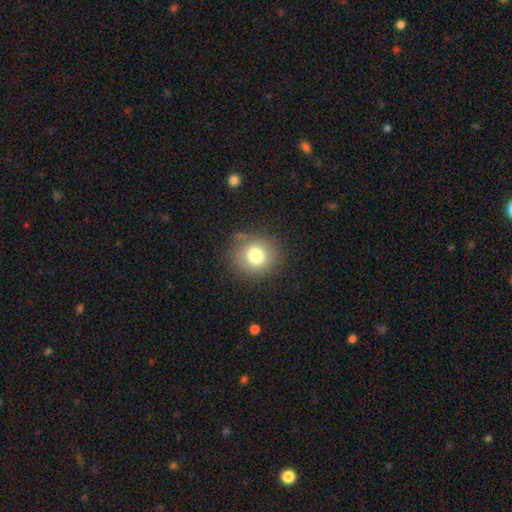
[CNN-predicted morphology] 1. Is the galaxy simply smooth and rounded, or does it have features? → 77% smooth, 12% star or artifact, 11% featured or disk.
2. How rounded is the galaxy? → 86% round, 13% in between, 1% cigar-shaped.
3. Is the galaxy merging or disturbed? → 81% none, 12% minor disturbance, 4% major disturbance, 2% merger.